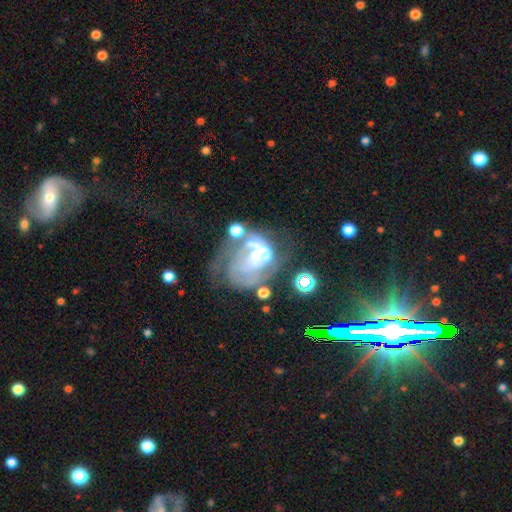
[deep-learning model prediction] Smooth or featured: featured or disk — 66% (smooth — 18%)
Edge-on disk: no — 97% (yes — 3%)
Bar: no — 68% (weak — 23%)
Spiral arms: no — 52% (yes — 48%)
Bulge size: none — 38% (small — 32%)
Merging: major disturbance — 38% (none — 27%)